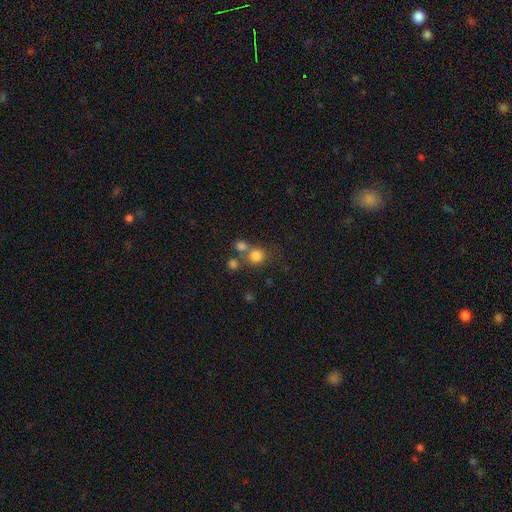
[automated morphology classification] Overall: smooth (78%). How rounded: round (85%). Merging: none (56%; merger 29%).